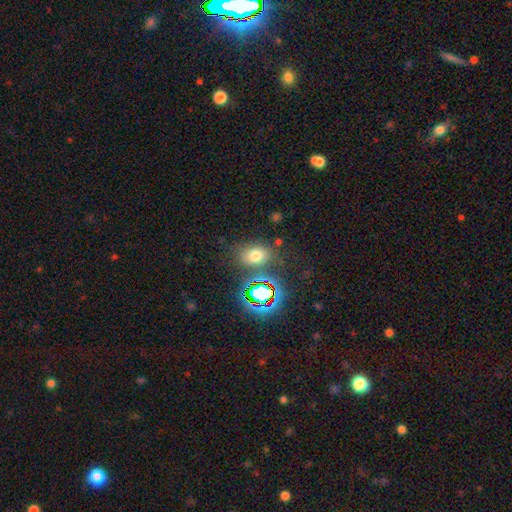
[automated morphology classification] Smooth or featured? Predicted: smooth (p=0.65). How rounded? Predicted: in between (p=0.74). Merging? Predicted: none (p=0.75).